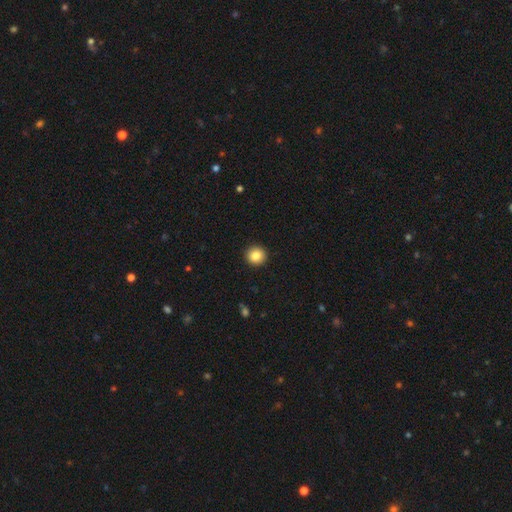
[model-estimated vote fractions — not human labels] Smooth or featured: smooth — 86% (star or artifact — 9%)
How rounded: round — 93% (in between — 6%)
Merging: none — 93% (minor disturbance — 5%)